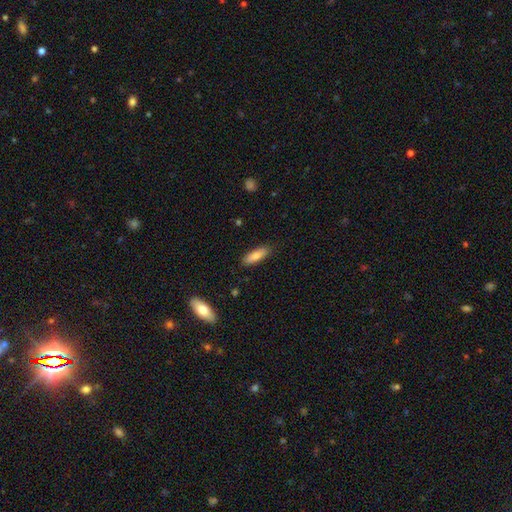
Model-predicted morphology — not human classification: Overall: smooth (80%). How rounded: in between (51%; cigar-shaped 47%). Merging: none (86%).